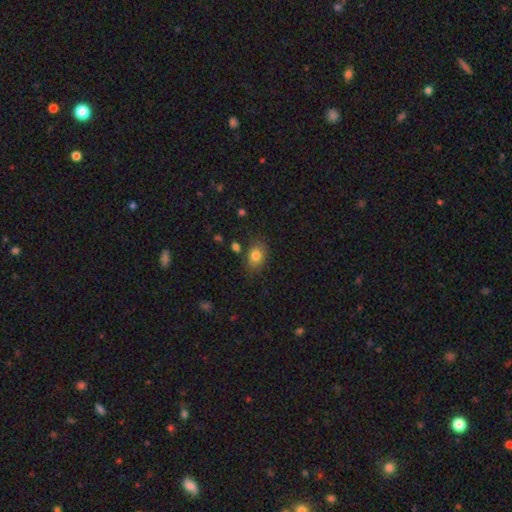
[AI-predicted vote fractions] Smooth or featured? Predicted: smooth (p=0.81). How rounded? Predicted: in between (p=0.71). Merging? Predicted: none (p=0.78).